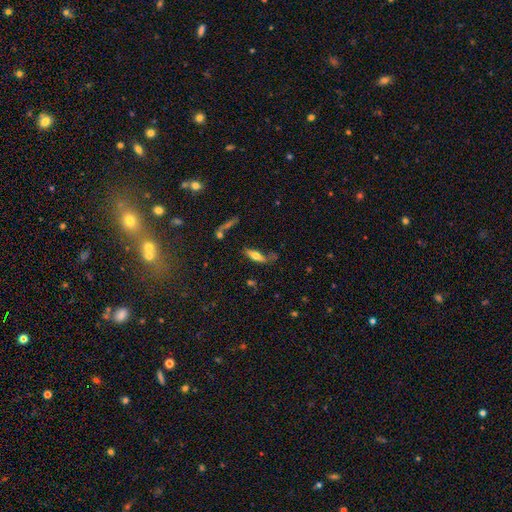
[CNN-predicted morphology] type=smooth (56%); roundness=cigar-shaped (52%); merging=none (49%).